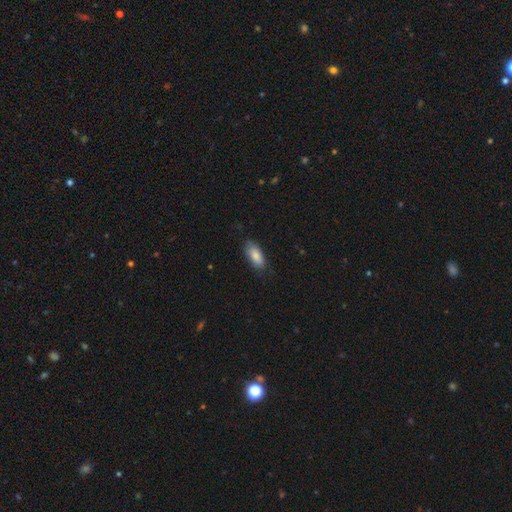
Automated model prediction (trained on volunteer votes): A smooth galaxy with no disk features (85%) that is in between round and cigar-shaped (87%). Merging: none (79%).